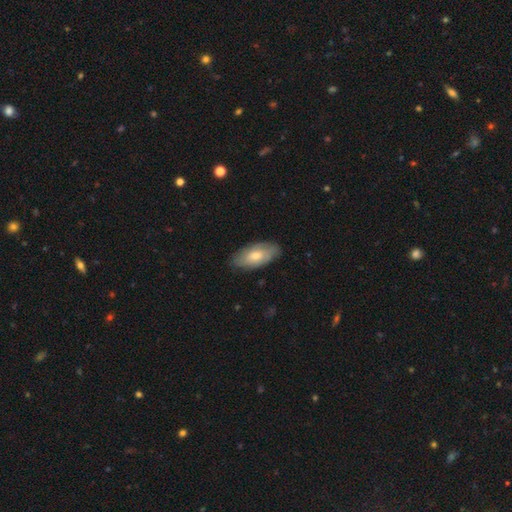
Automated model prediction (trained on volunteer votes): smooth 62%, featured or disk 31%, star or artifact 6%. Down the decision tree: how rounded — in between (90%); merging — none (82%).